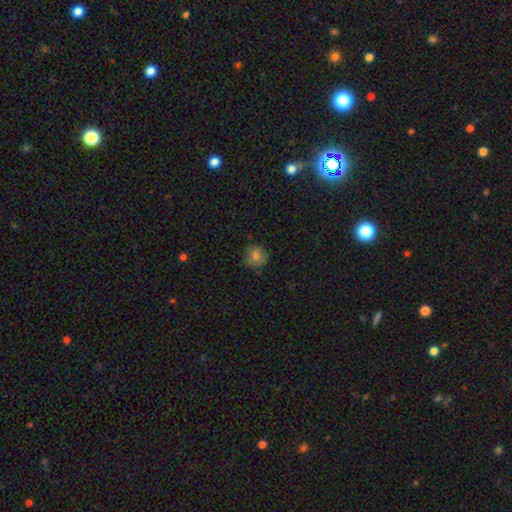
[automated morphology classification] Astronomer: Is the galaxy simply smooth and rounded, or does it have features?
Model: smooth — 77%.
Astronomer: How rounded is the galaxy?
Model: round — 90%.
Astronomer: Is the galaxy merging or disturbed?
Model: none — 81%.